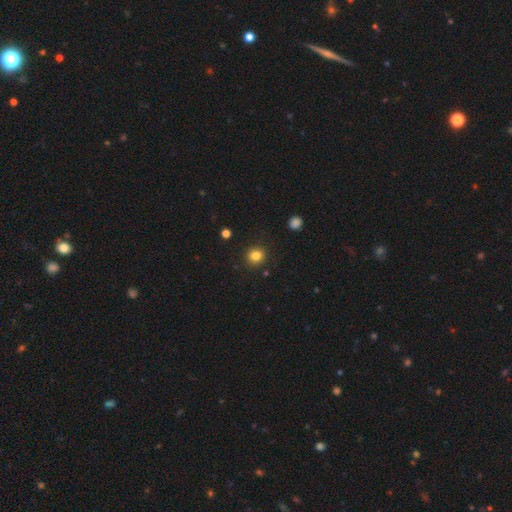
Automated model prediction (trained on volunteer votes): Morphology: type=smooth (83%); roundness=round (86%); merging=none (89%).